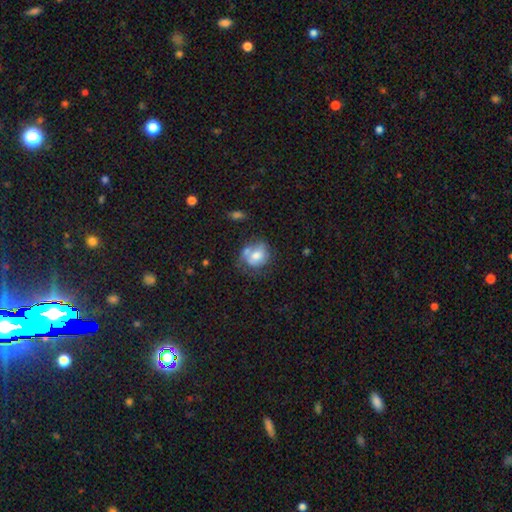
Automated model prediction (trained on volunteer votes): The model was most divided on "merging": none: 41%, merger: 26%, minor disturbance: 22%, major disturbance: 10%. More confident: smooth or featured — smooth (66%); how rounded — round (63%).